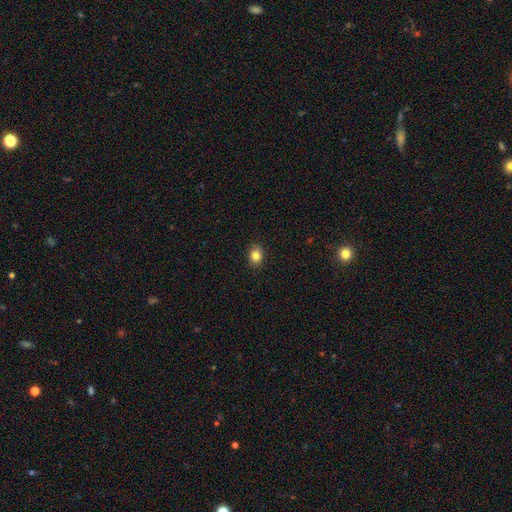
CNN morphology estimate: smooth_or_featured: smooth (p=0.83) [alt: star or artifact p=0.10]
how_rounded: in between (p=0.59) [alt: round p=0.39]
merging: none (p=0.89) [alt: minor disturbance p=0.08]